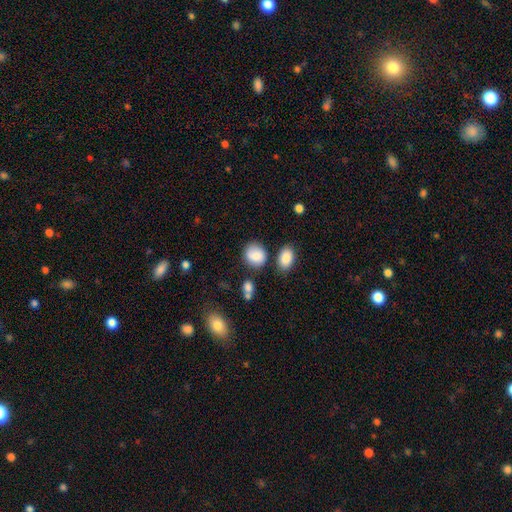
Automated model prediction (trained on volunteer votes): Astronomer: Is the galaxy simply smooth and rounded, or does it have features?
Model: smooth — 82%.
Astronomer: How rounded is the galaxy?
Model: round — 69%.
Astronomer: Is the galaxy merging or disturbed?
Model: none — 70%.